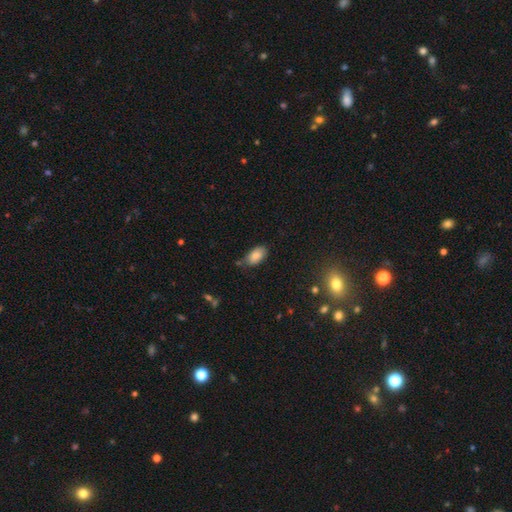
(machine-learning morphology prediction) Smooth or featured? smooth (83%)
How rounded? in between (94%)
Merging? none (73%)